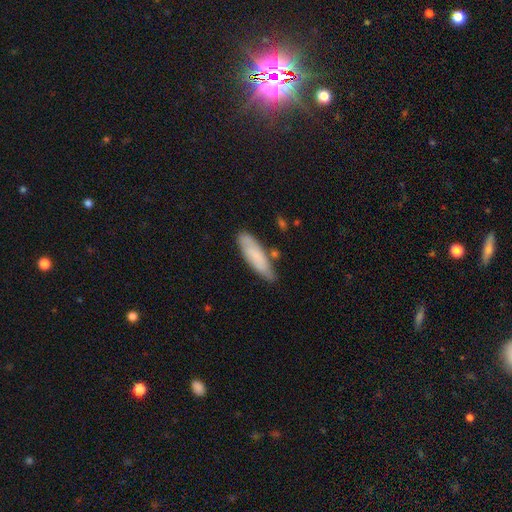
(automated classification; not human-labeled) smooth_or_featured: smooth (p=0.74) [alt: featured or disk p=0.20]
how_rounded: cigar-shaped (p=0.56) [alt: in between p=0.42]
merging: none (p=0.67) [alt: minor disturbance p=0.23]